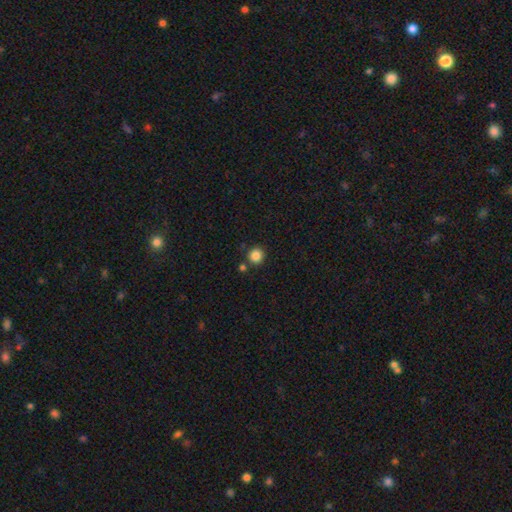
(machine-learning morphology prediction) Smooth or featured? smooth (86%)
How rounded? round (93%)
Merging? none (85%)